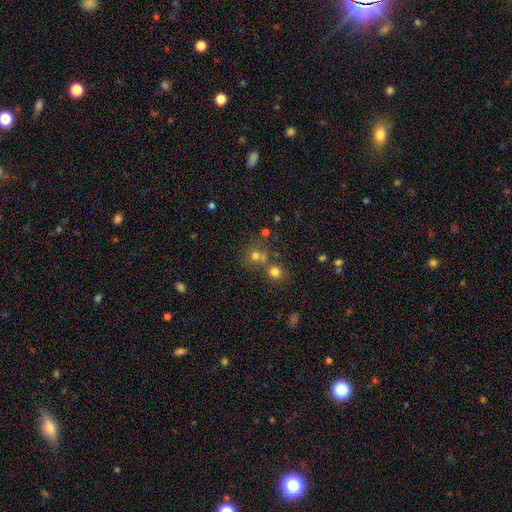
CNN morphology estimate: smooth_or_featured: smooth (p=0.67) [alt: star or artifact p=0.20]
how_rounded: round (p=0.84) [alt: in between p=0.15]
merging: none (p=0.53) [alt: merger p=0.34]